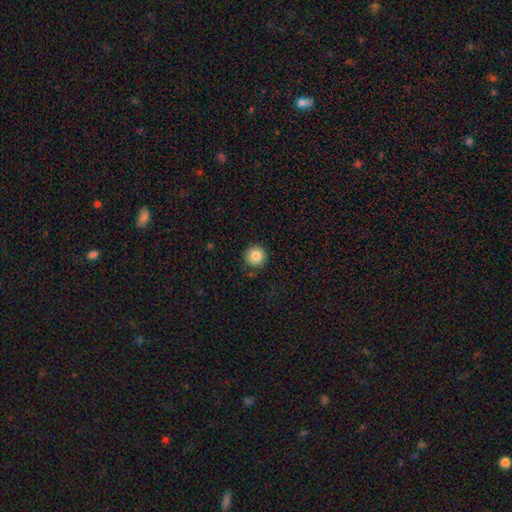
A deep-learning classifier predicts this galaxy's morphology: smooth 84%, star or artifact 10%, featured or disk 6%. Down the decision tree: how rounded — round (96%); merging — none (89%).